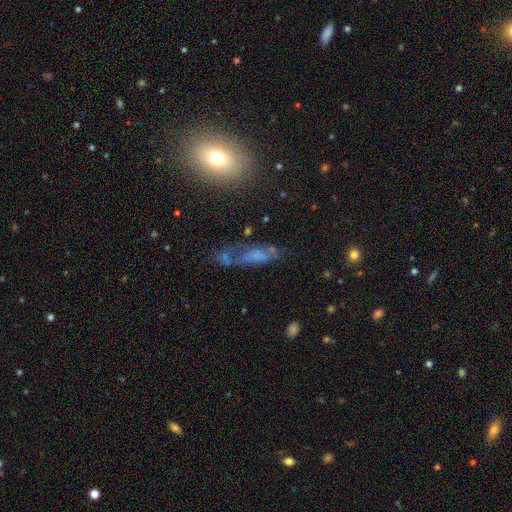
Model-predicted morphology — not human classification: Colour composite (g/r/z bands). It shows a smooth galaxy with no disk features (43%). Merging: none (52%).